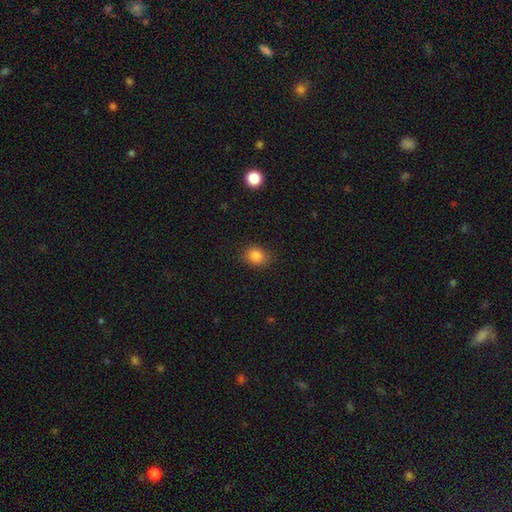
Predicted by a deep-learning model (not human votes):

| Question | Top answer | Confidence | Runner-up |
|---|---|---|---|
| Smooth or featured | smooth | 84% | star or artifact (11%) |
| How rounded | round | 61% | in between (38%) |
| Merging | none | 81% | minor disturbance (14%) |